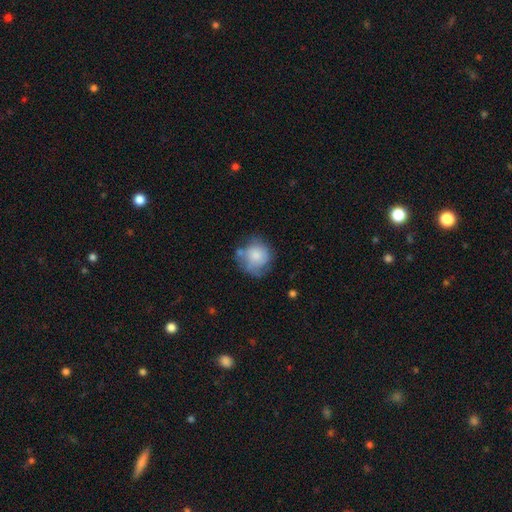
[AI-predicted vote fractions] This appears to be a smooth galaxy with no disk features (70%) that is round (84%). Merging: none (49%).